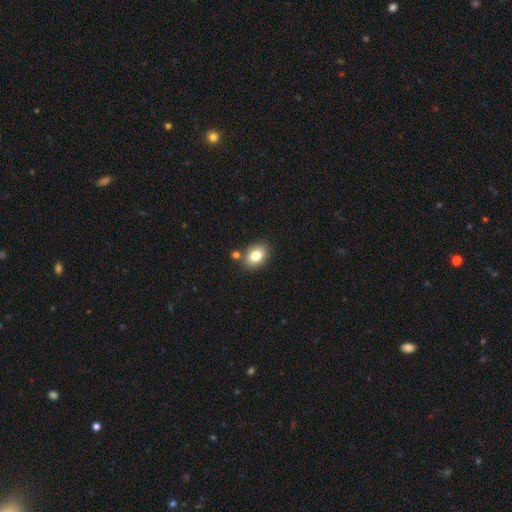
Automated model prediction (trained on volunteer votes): The model was most divided on "how rounded": in between: 75%, round: 24%, cigar-shaped: 1%. More confident: smooth or featured — smooth (81%); merging — none (77%).